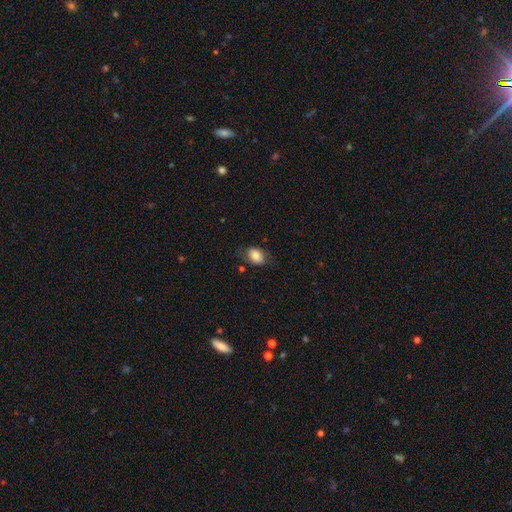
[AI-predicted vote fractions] Overall: smooth (77%). How rounded: in between (77%). Merging: none (68%).